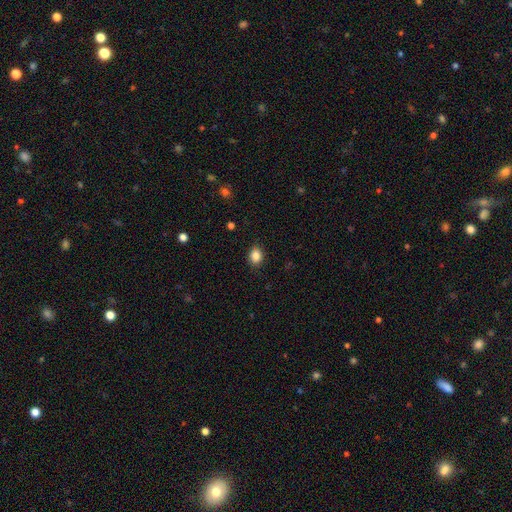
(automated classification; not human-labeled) Smooth or featured? Predicted: smooth (p=0.86). How rounded? Predicted: in between (p=0.57). Merging? Predicted: none (p=0.87).